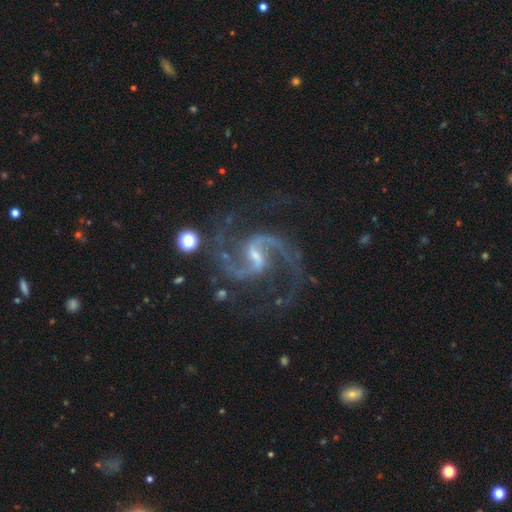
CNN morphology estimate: This is clearly a featured or disk galaxy (93%). It is clearly not viewed edge-on (98%). Bar: possibly weak (54%). Spiral arm pattern: clearly yes (99%). Spiral arm count: clearly 2 (92%). Spiral winding: possibly medium (55%). Central bulge: possibly small (59%). Merging: likely none (71%).